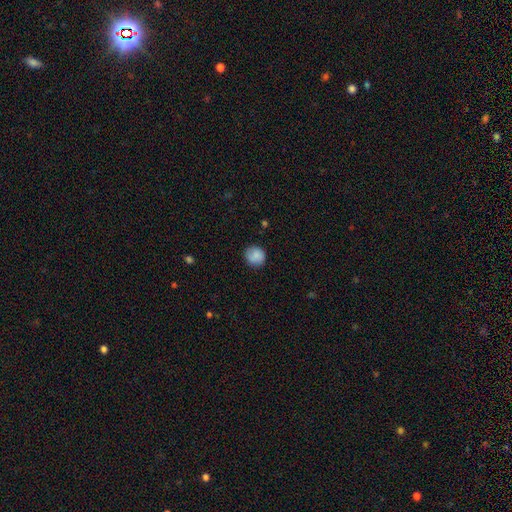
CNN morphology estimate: Smooth or featured? smooth (85%)
How rounded? round (87%)
Merging? none (82%)